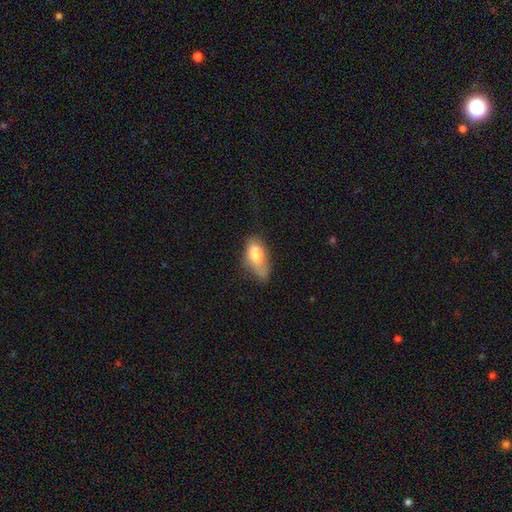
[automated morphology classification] smooth-or-featured: smooth: 73% | featured or disk: 19% | star or artifact: 7%
  how-rounded: in between: 87% | cigar-shaped: 9% | round: 4%
  merging: minor disturbance: 40% | none: 35% | major disturbance: 20% | merger: 5%